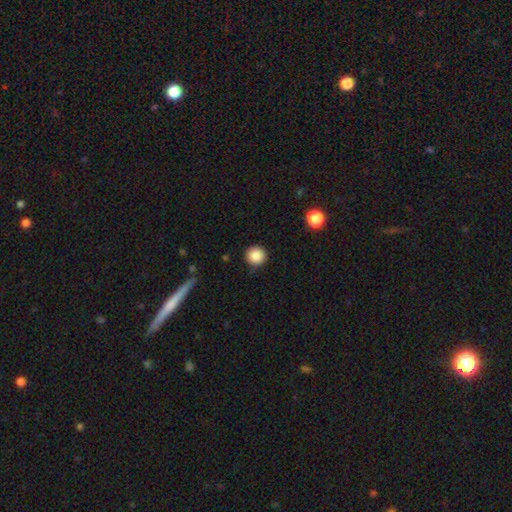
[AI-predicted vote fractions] smooth 87%, star or artifact 9%, featured or disk 4%. Down the decision tree: how rounded — round (95%); merging — none (89%).